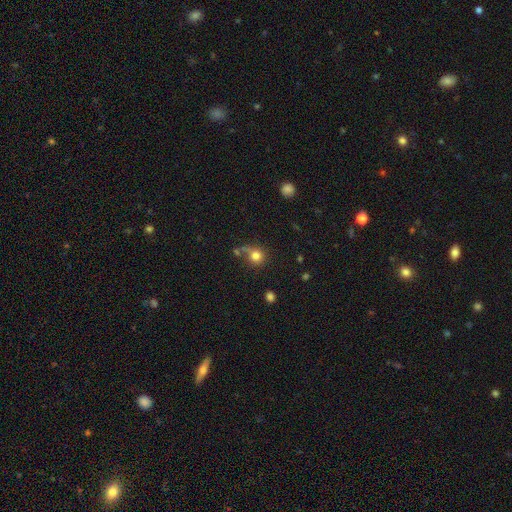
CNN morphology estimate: smooth 79%, star or artifact 13%, featured or disk 9%. Down the decision tree: how rounded — round (89%); merging — none (61%).